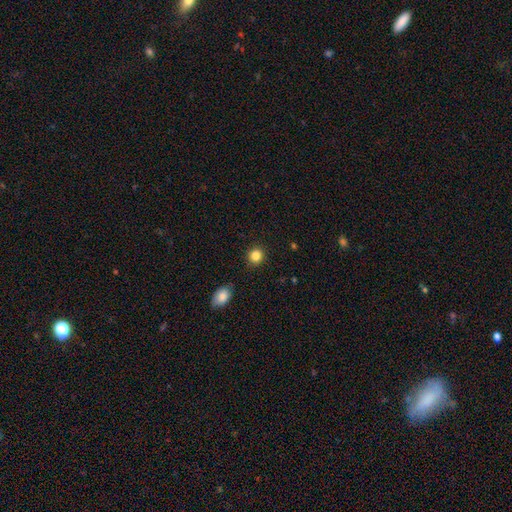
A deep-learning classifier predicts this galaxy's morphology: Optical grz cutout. It shows a smooth galaxy with no disk features (85%) that is round (86%). Merging: none (90%).